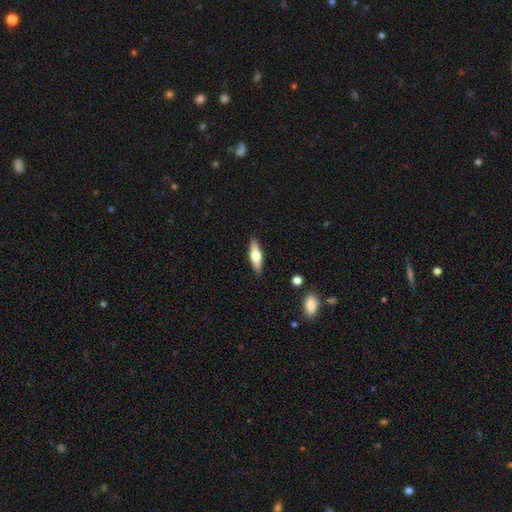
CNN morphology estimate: Q: Smooth or featured?
A: smooth (47%); tied with: featured or disk (47%)
Q: Merging?
A: none (89%); runner-up: minor disturbance (8%)